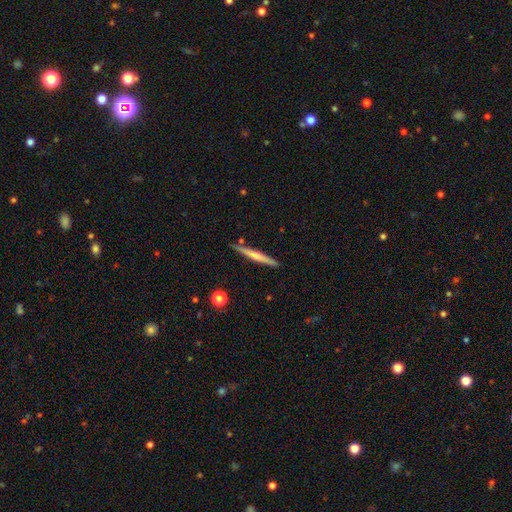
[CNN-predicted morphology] Smooth or featured?
  - smooth: 50% *
  - featured or disk: 45%
  - star or artifact: 6%
Merging?
  - none: 87% *
  - minor disturbance: 9%
  - merger: 2%
  - major disturbance: 2%